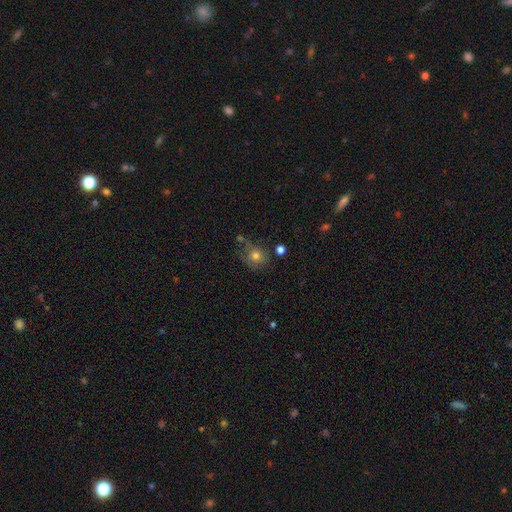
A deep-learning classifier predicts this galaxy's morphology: smooth_or_featured: smooth (p=0.74) [alt: featured or disk p=0.14]
how_rounded: round (p=0.78) [alt: in between p=0.21]
merging: none (p=0.59) [alt: minor disturbance p=0.21]